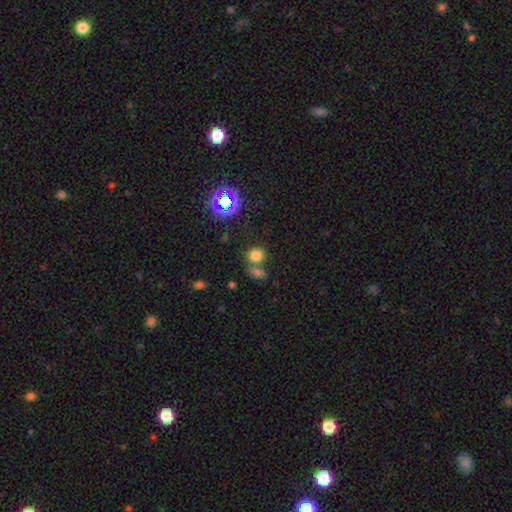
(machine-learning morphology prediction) Smooth or featured: smooth — 74% (star or artifact — 20%)
How rounded: round — 72% (in between — 27%)
Merging: none — 55% (merger — 32%)